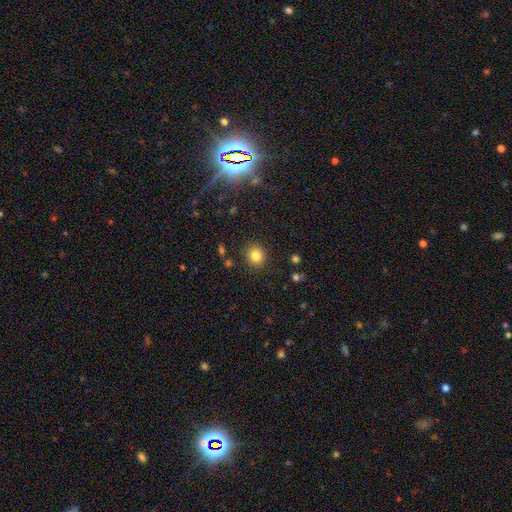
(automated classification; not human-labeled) This is clearly a smooth galaxy (82%). How rounded: clearly round (83%). Merging: clearly none (89%).